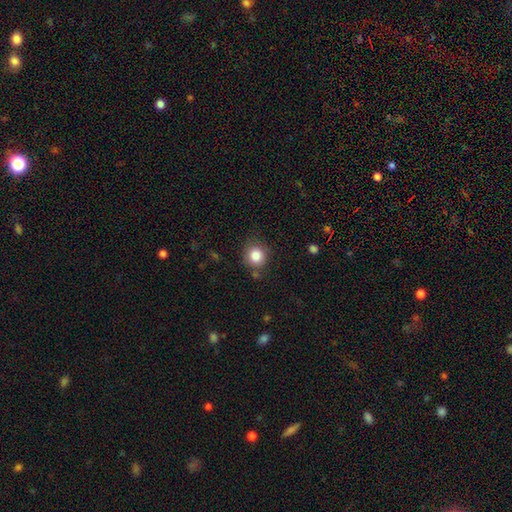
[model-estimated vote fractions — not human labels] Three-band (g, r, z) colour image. It shows a smooth galaxy with no disk features (84%) that is round (88%). Merging: none (80%).